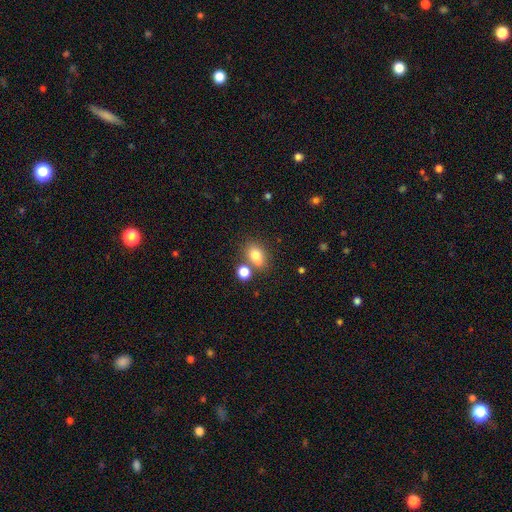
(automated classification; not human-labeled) smooth_or_featured: smooth (p=0.77) [alt: star or artifact p=0.12]
how_rounded: in between (p=0.67) [alt: round p=0.30]
merging: none (p=0.53) [alt: merger p=0.28]